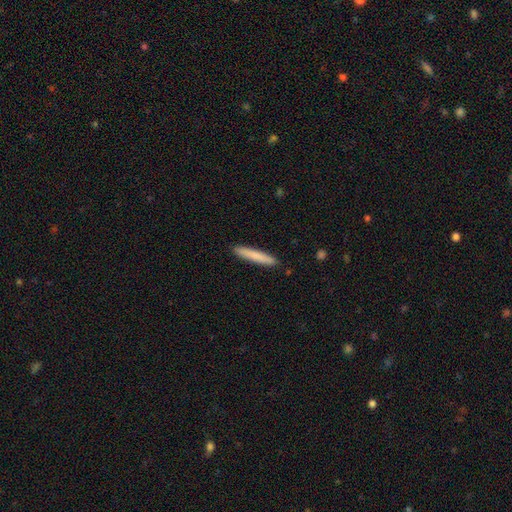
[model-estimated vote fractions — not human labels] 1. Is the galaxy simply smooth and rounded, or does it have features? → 79% smooth, 15% featured or disk, 5% star or artifact.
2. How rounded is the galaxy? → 95% cigar-shaped, 4% in between, 1% round.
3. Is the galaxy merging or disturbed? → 91% none, 6% minor disturbance, 1% major disturbance, 1% merger.